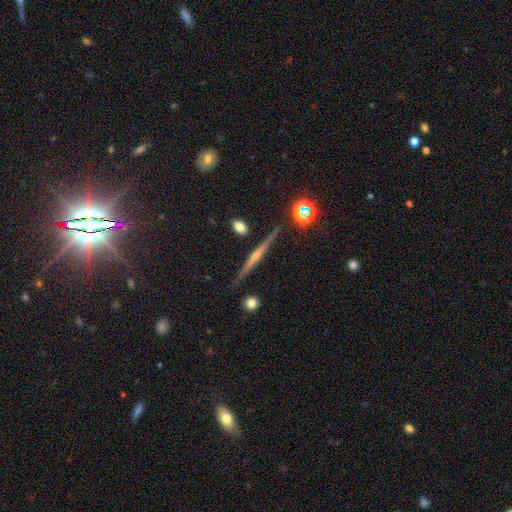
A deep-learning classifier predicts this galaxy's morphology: This appears to be a featured or disk galaxy (77%) viewed edge-on (98%) with a rounded central bulge (78%). Merging: none (90%).